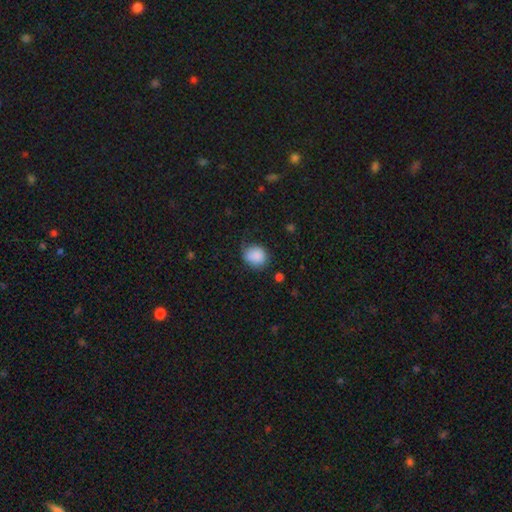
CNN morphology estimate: Overall: smooth (85%). How rounded: round (65%; in between 34%). Merging: none (62%; minor disturbance 28%).